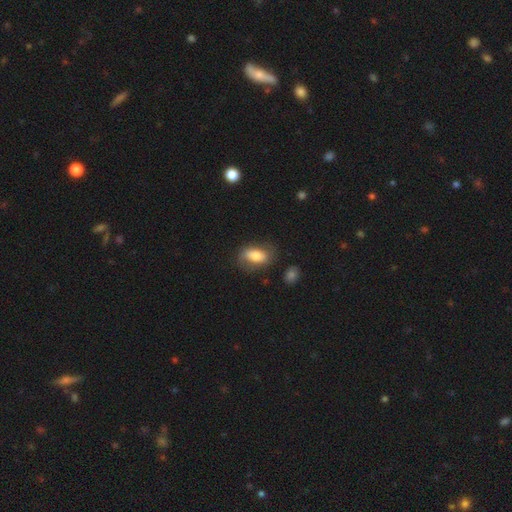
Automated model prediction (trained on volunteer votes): smooth_or_featured: smooth (p=0.66) [alt: featured or disk p=0.26]
how_rounded: in between (p=0.86) [alt: round p=0.09]
merging: none (p=0.66) [alt: minor disturbance p=0.22]